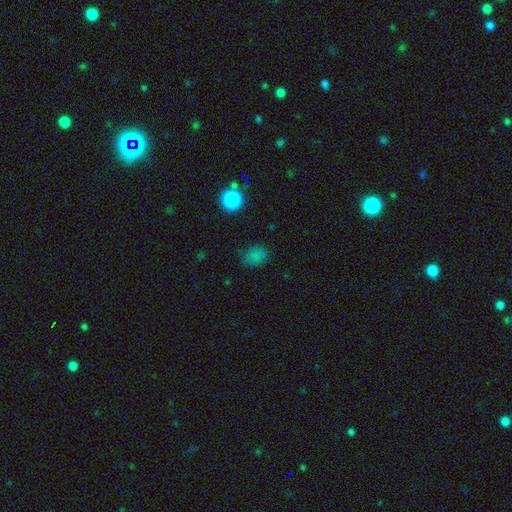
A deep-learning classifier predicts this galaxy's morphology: Overall: smooth (74%). How rounded: in between (54%; round 44%). Merging: none (71%).